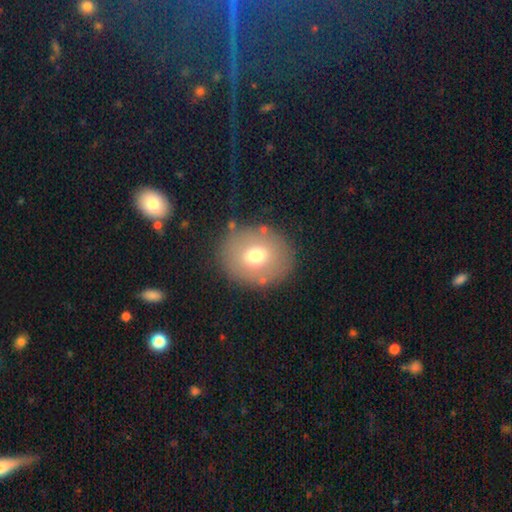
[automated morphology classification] smooth_or_featured: smooth (p=0.66) [alt: featured or disk p=0.23]
how_rounded: round (p=0.59) [alt: in between p=0.40]
merging: none (p=0.81) [alt: minor disturbance p=0.11]